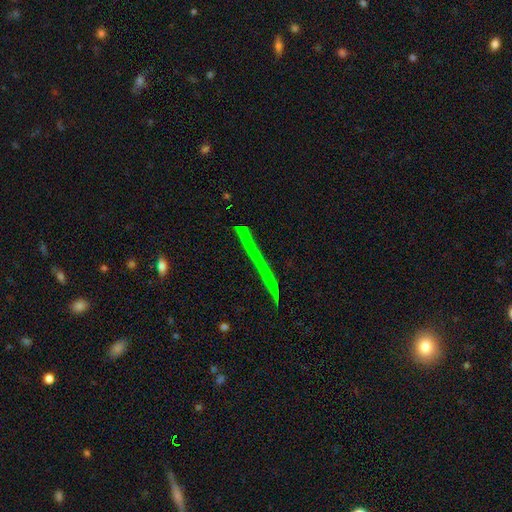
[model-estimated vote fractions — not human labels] smooth_or_featured: featured or disk (p=0.58) [alt: smooth p=0.25]
disk_edge_on: yes (p=0.96) [alt: no p=0.04]
edge_on_bulge: none (p=0.81) [alt: rounded p=0.13]
merging: none (p=0.89) [alt: minor disturbance p=0.07]